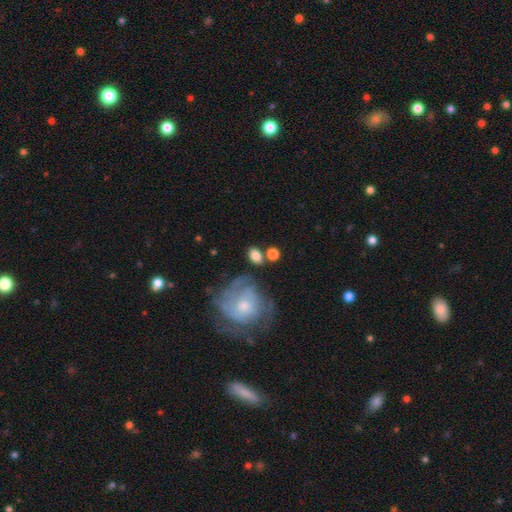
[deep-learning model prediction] The model was most divided on "how rounded": in between: 73%, round: 25%, cigar-shaped: 2%. More confident: smooth or featured — smooth (79%); merging — none (68%).